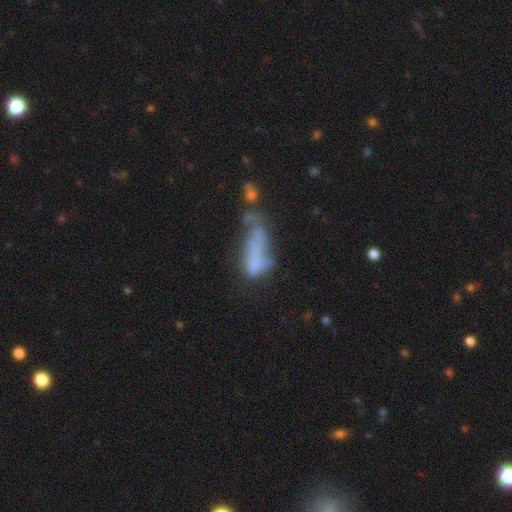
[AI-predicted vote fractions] smooth 52%, featured or disk 33%, star or artifact 15%. Down the decision tree: how rounded — in between (66%); merging — major disturbance (33%).